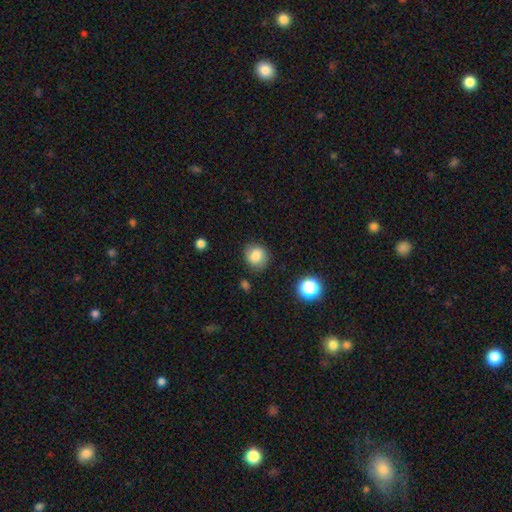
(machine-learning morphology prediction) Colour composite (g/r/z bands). It shows a smooth galaxy with no disk features (75%) that is round (72%). Merging: none (78%).